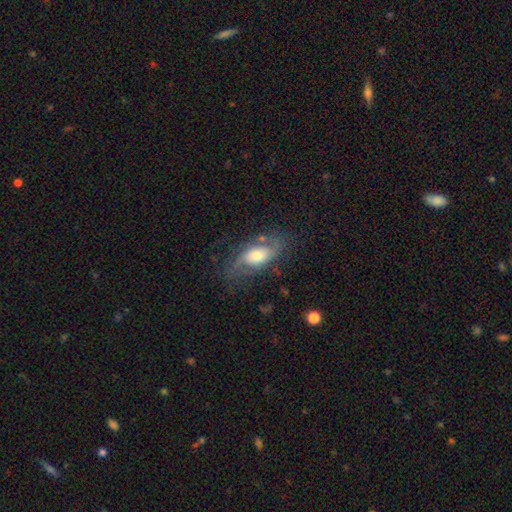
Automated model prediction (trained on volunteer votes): smooth-or-featured: featured or disk: 60% | smooth: 30% | star or artifact: 10%
  disk-edge-on: no: 85% | yes: 15%
    bar: no: 62% | weak: 30% | strong: 9%
    has-spiral-arms: yes: 80% | no: 20%
    bulge-size: moderate: 57% | large: 20% | small: 19% | none: 3% | dominant: 2%
  merging: none: 66% | minor disturbance: 20% | major disturbance: 11% | merger: 2%